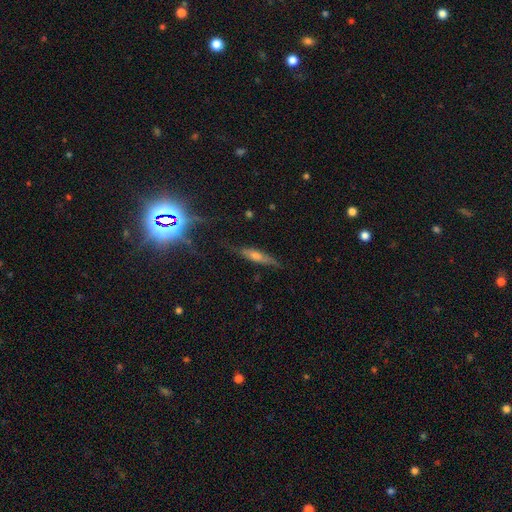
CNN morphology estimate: featured or disk 52%, smooth 34%, star or artifact 14%. Down the decision tree: edge-on disk — yes (86%); merging — none (76%).